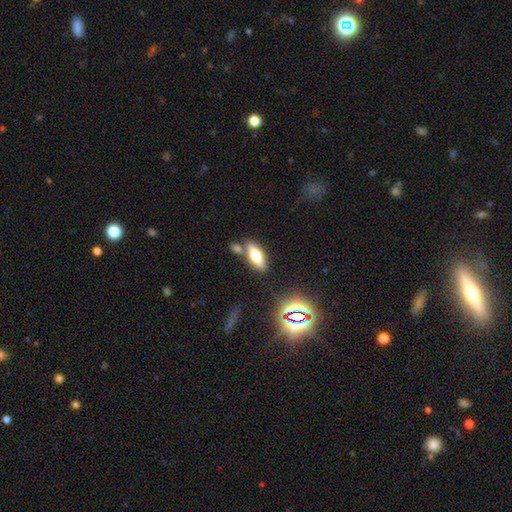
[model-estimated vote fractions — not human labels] Smooth or featured? Predicted: smooth (p=0.54). How rounded? Predicted: in between (p=0.61). Merging? Predicted: none (p=0.71).